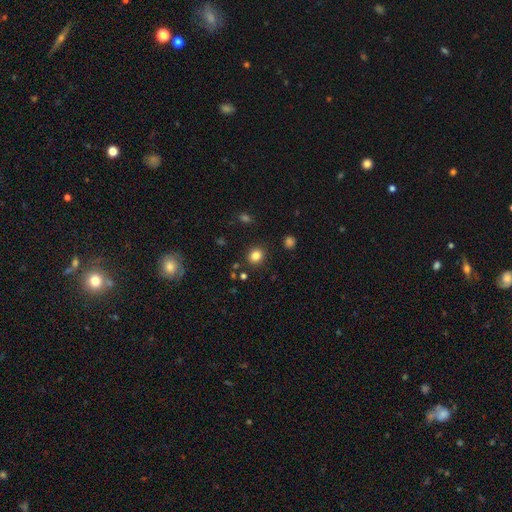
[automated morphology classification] type=smooth (83%); roundness=round (82%); merging=none (89%).